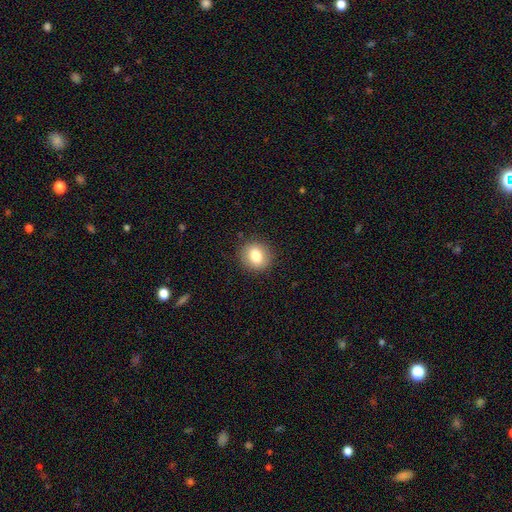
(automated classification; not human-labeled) Smooth or featured? smooth (83%)
How rounded? round (77%)
Merging? none (89%)